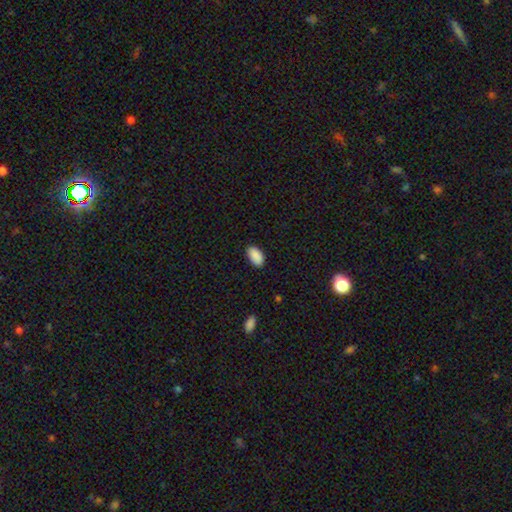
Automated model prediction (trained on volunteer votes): Smooth or featured?
  - smooth: 90% *
  - star or artifact: 7%
  - featured or disk: 3%
How rounded?
  - in between: 95% *
  - round: 3%
  - cigar-shaped: 2%
Merging?
  - none: 87% *
  - minor disturbance: 9%
  - major disturbance: 2%
  - merger: 1%